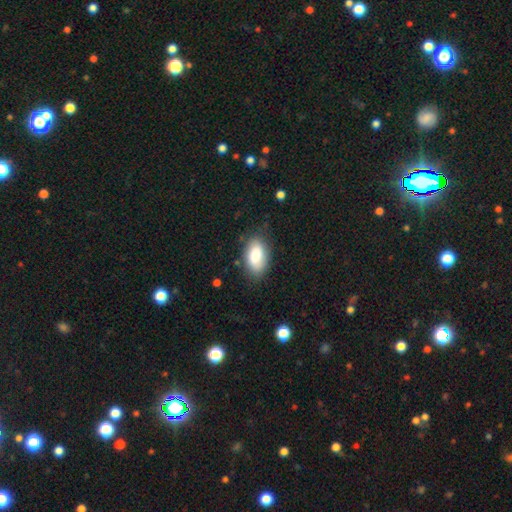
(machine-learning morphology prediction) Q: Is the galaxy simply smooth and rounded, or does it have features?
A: smooth — 86%.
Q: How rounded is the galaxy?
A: in between — 94%.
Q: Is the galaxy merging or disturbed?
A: none — 77%.